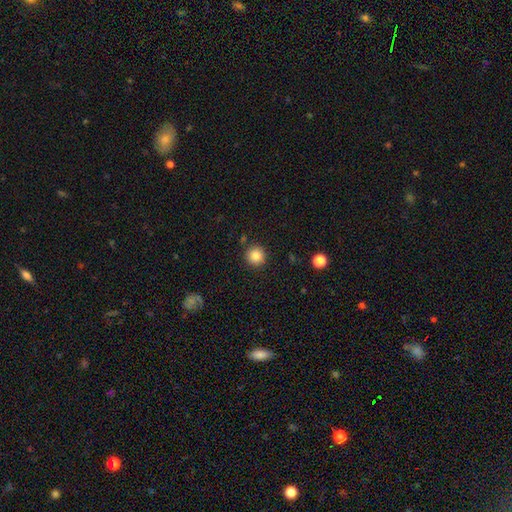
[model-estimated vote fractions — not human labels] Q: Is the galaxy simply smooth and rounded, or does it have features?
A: smooth — 86%.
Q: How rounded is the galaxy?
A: round — 94%.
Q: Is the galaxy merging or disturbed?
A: none — 88%.